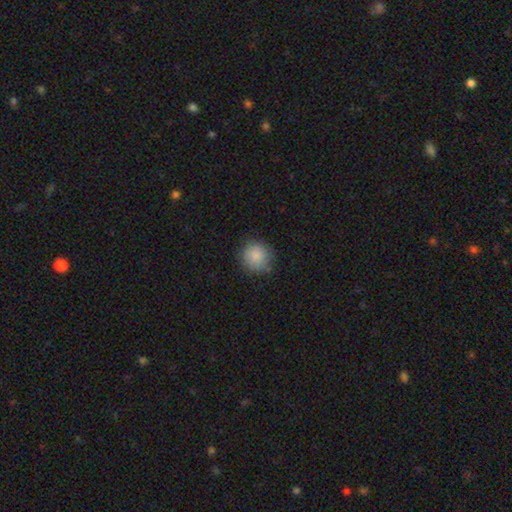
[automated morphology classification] Smooth or featured: smooth — 87% (star or artifact — 8%)
How rounded: round — 90% (in between — 9%)
Merging: none — 80% (minor disturbance — 16%)